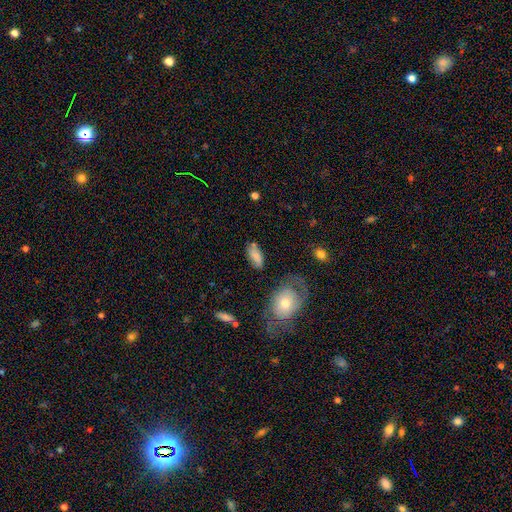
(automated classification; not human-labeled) This is likely a smooth galaxy (75%). How rounded: clearly in between (87%). Merging: likely none (68%).